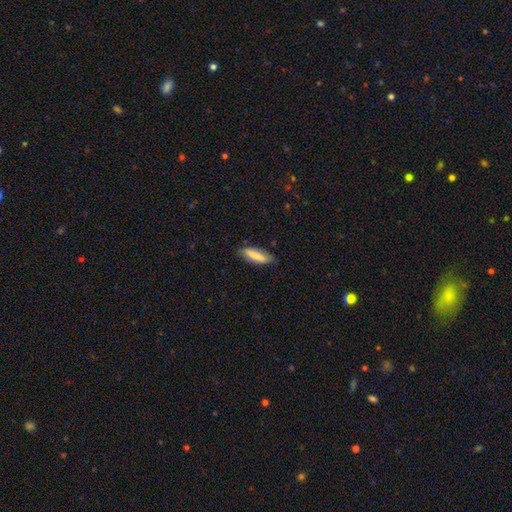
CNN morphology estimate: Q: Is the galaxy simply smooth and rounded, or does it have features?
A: smooth — 82%.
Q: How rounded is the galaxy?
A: cigar-shaped — 57%.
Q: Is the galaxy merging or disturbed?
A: none — 83%.